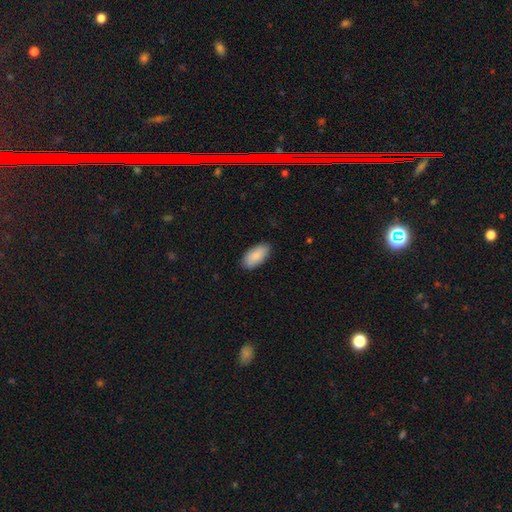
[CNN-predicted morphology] smooth 88%, featured or disk 7%, star or artifact 6%. Down the decision tree: how rounded — in between (94%); merging — none (87%).